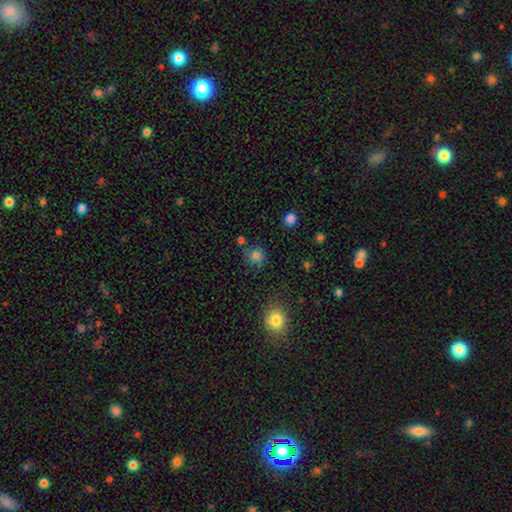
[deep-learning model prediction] smooth-or-featured: smooth: 81% | star or artifact: 13% | featured or disk: 5%
  how-rounded: round: 84% | in between: 15% | cigar-shaped: 1%
  merging: none: 74% | minor disturbance: 14% | merger: 6% | major disturbance: 5%